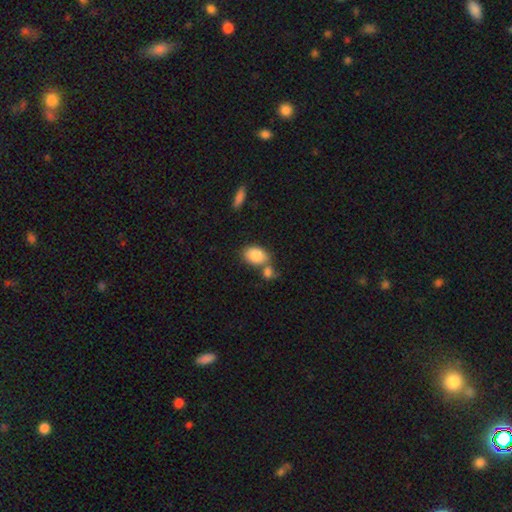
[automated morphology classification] Smooth or featured?
  - smooth: 87% *
  - star or artifact: 7%
  - featured or disk: 6%
How rounded?
  - in between: 83% *
  - round: 16%
  - cigar-shaped: 1%
Merging?
  - none: 48% *
  - merger: 34%
  - minor disturbance: 13%
  - major disturbance: 5%